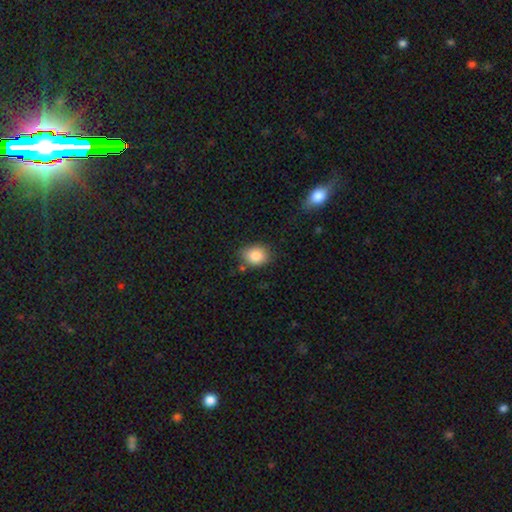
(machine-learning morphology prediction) This appears to be a smooth galaxy with no disk features (84%) that is in between round and cigar-shaped (58%). Merging: none (77%).